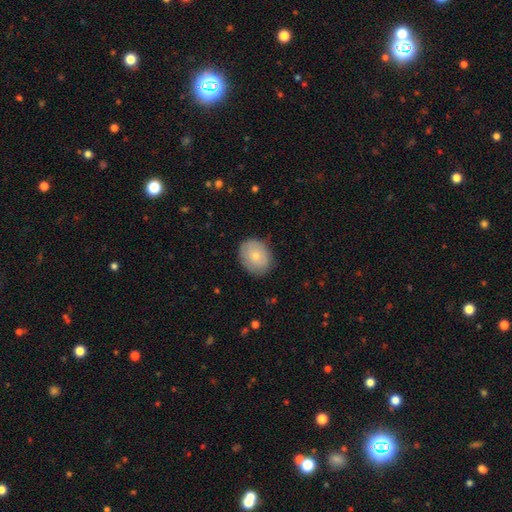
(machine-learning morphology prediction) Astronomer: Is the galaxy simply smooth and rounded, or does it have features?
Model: smooth — 75%.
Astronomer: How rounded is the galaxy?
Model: round — 52% (runner-up: in between, 47%).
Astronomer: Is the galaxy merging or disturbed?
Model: none — 81%.